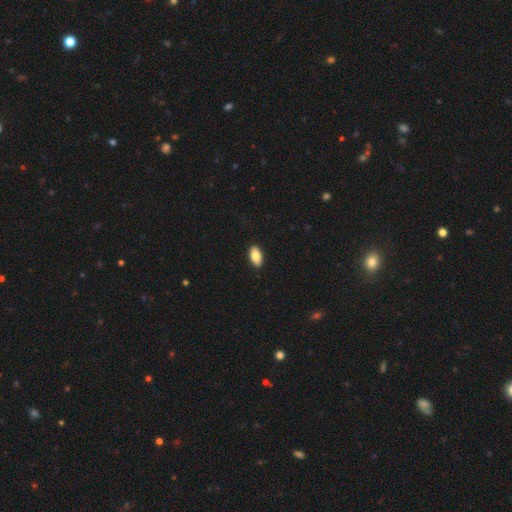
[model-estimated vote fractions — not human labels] smooth 83%, featured or disk 10%, star or artifact 7%. Down the decision tree: how rounded — in between (93%); merging — none (91%).